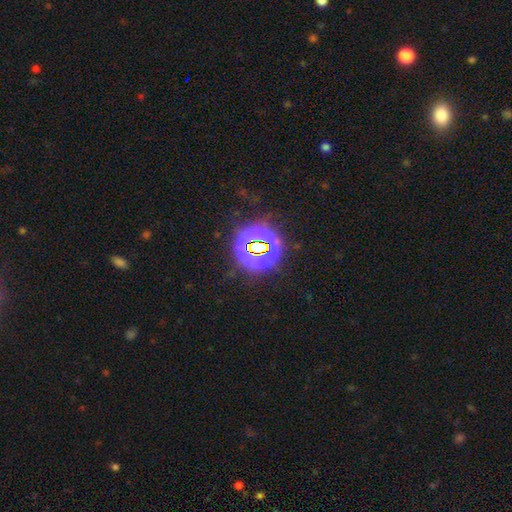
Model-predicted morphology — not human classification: A star or artifact, not a galaxy (77%).

Vote fractions:
- Smooth or featured? star or artifact: 77% / smooth: 14% / featured or disk: 9%